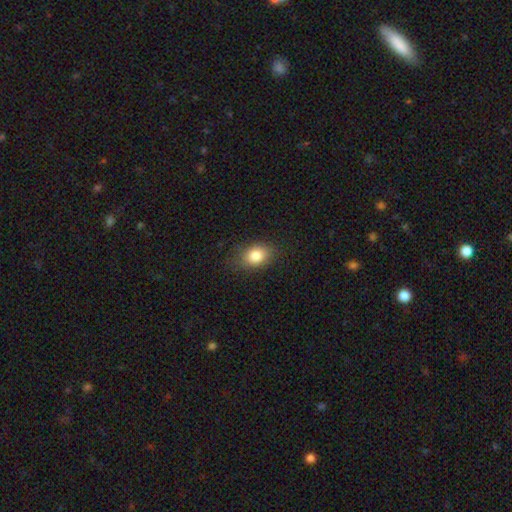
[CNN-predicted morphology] smooth-or-featured: smooth: 83% | star or artifact: 9% | featured or disk: 8%
  how-rounded: in between: 73% | round: 25% | cigar-shaped: 2%
  merging: none: 79% | minor disturbance: 16% | major disturbance: 4% | merger: 1%